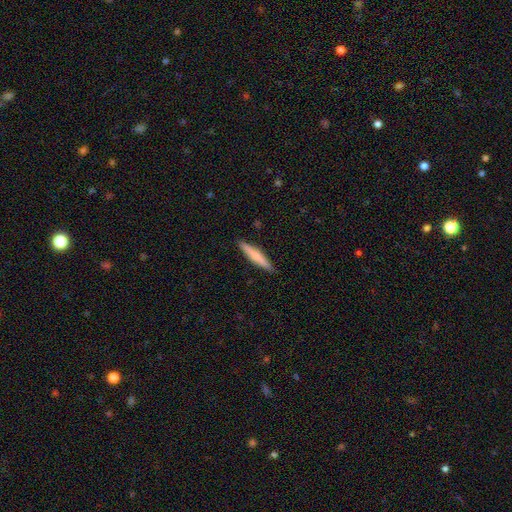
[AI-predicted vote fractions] Morphology: type=smooth (66%); roundness=cigar-shaped (91%); merging=none (91%).